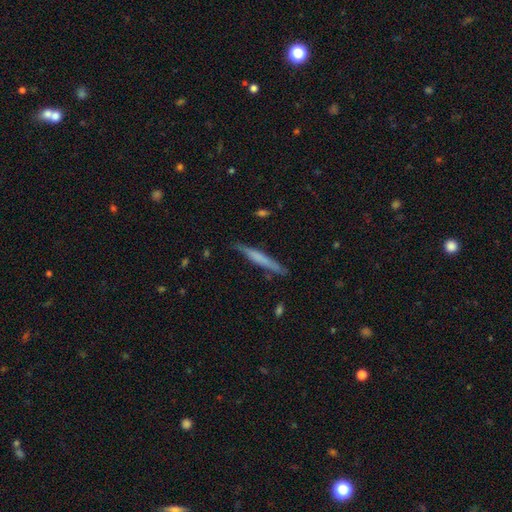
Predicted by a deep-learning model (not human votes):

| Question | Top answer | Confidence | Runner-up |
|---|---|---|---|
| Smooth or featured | smooth | 52% | featured or disk (41%) |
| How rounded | cigar-shaped | 96% | in between (3%) |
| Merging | none | 83% | minor disturbance (13%) |